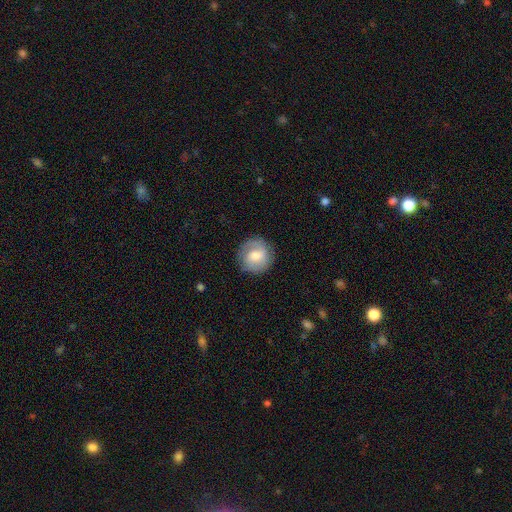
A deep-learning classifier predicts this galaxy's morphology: A smooth galaxy with no disk features (47%).

Vote fractions:
- Smooth or featured? smooth: 47% / featured or disk: 46% / star or artifact: 7%
- Merging? none: 83% / minor disturbance: 11% / major disturbance: 4% / merger: 1%